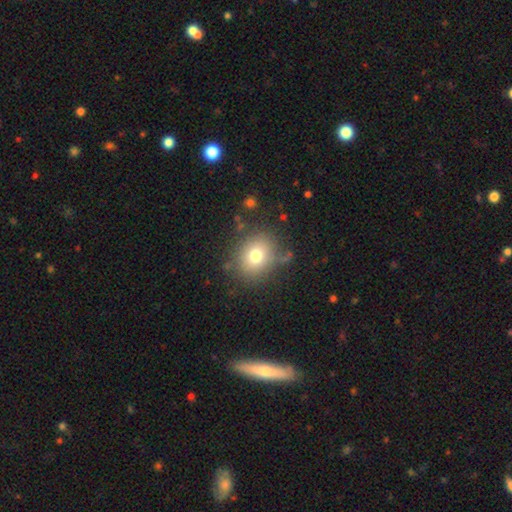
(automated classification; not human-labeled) smooth 74%, featured or disk 13%, star or artifact 13%. Down the decision tree: how rounded — round (68%); merging — none (78%).